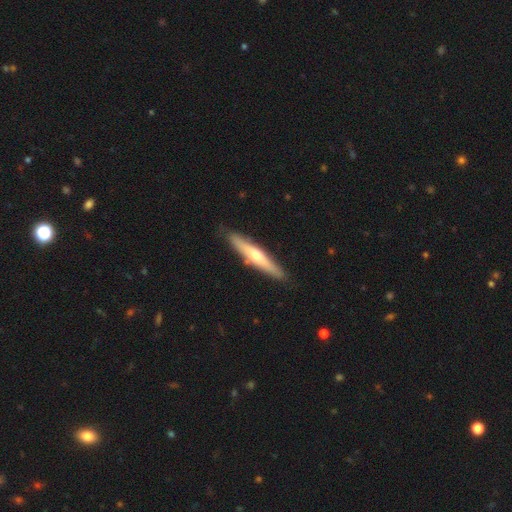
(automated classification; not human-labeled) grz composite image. It shows a featured or disk galaxy (55%) viewed edge-on (91%) with a rounded central bulge (81%). Merging: none (89%).